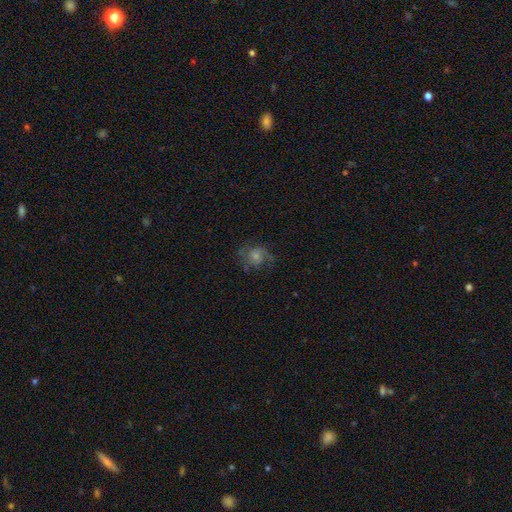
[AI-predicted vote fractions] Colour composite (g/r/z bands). It shows a featured or disk galaxy (57%) with no bar (72%), spiral arms (85%) and a moderate central bulge (41%). Merging: none (69%).